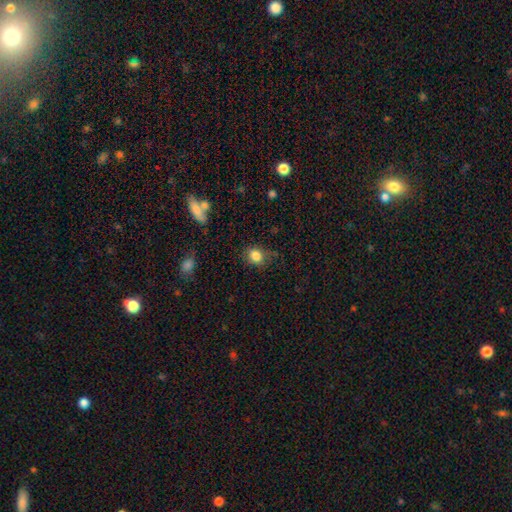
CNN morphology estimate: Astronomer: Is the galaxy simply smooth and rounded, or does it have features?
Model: smooth — 83%.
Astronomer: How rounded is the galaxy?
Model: round — 53% (runner-up: in between, 46%).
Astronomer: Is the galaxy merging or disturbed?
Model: none — 76%.